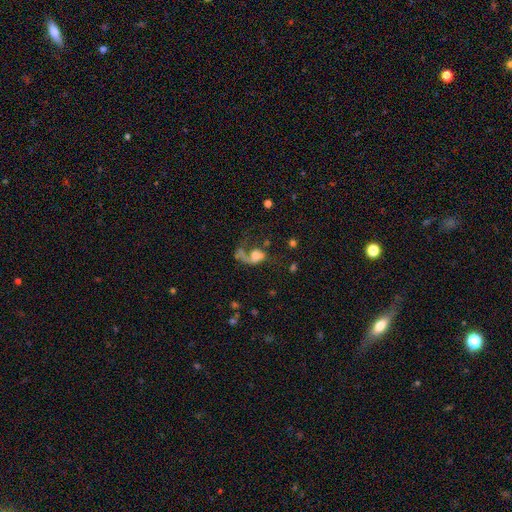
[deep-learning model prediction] Q: Smooth or featured?
A: featured or disk (52%); runner-up: smooth (36%)
Q: Edge-on disk?
A: no (96%); runner-up: yes (4%)
Q: Bar?
A: no (75%); runner-up: weak (20%)
Q: Spiral arms?
A: yes (64%); runner-up: no (36%)
Q: Bulge size?
A: moderate (38%); runner-up: large (22%)
Q: Merging?
A: major disturbance (54%); runner-up: none (21%)